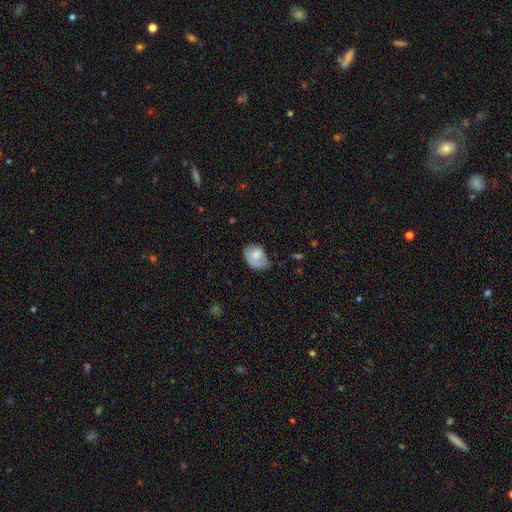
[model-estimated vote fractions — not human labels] Smooth or featured?
  - smooth: 66% *
  - featured or disk: 27%
  - star or artifact: 7%
How rounded?
  - in between: 65% *
  - round: 34%
  - cigar-shaped: 1%
Merging?
  - minor disturbance: 40% *
  - none: 38%
  - major disturbance: 20%
  - merger: 2%